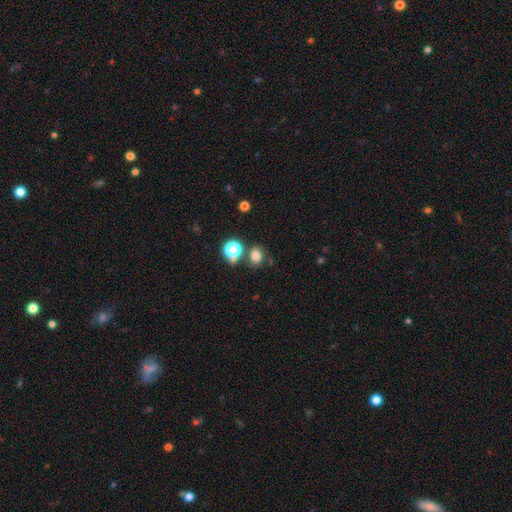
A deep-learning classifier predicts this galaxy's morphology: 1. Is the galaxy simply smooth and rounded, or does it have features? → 75% smooth, 18% star or artifact, 7% featured or disk.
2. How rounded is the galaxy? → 61% round, 38% in between, 1% cigar-shaped.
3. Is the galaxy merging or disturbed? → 73% none, 12% merger, 11% minor disturbance, 4% major disturbance.